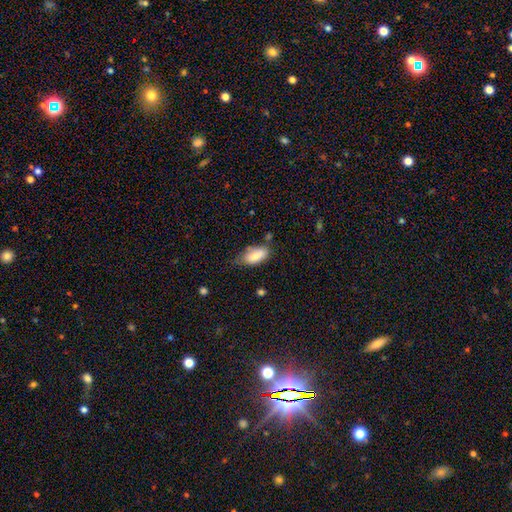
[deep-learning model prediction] Overall: smooth (81%). How rounded: in between (89%). Merging: none (49%; minor disturbance 36%).